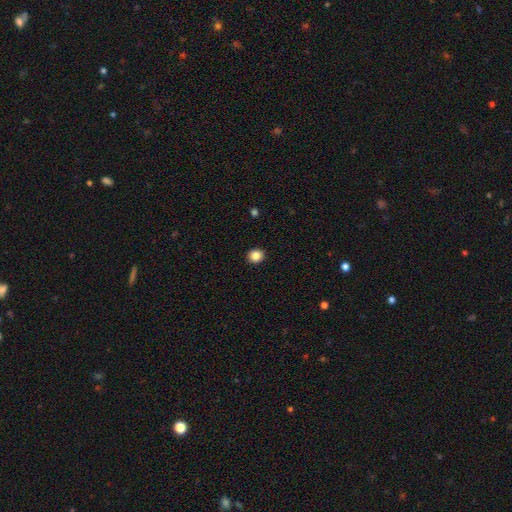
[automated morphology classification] smooth-or-featured: smooth: 86% | star or artifact: 10% | featured or disk: 4%
  how-rounded: round: 83% | in between: 16% | cigar-shaped: 1%
  merging: none: 93% | minor disturbance: 5% | major disturbance: 2% | merger: 1%